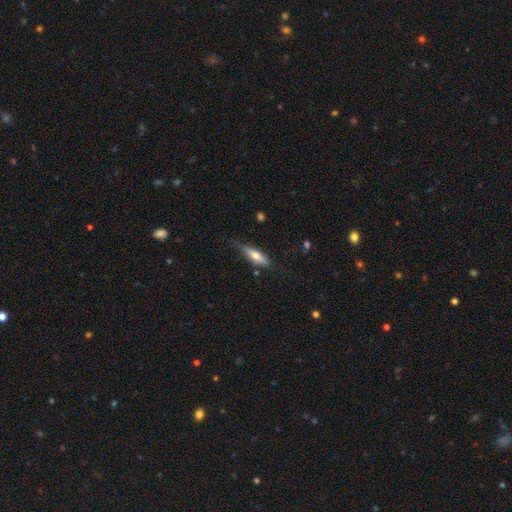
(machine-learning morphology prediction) Smooth or featured? smooth (52%)
How rounded? cigar-shaped (62%)
Merging? none (71%)